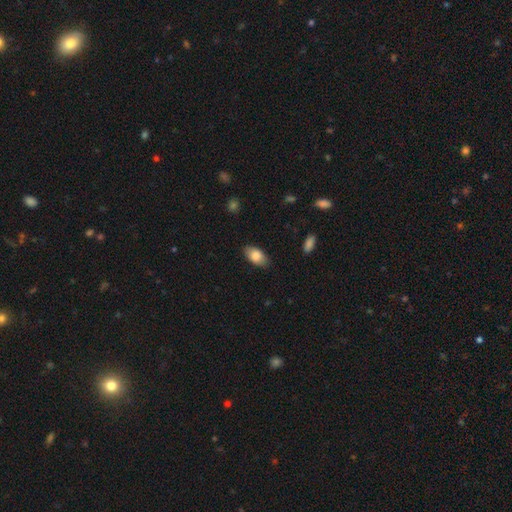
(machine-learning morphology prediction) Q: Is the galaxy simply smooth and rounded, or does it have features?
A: smooth — 83%.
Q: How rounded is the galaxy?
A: in between — 93%.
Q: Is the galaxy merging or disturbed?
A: none — 85%.